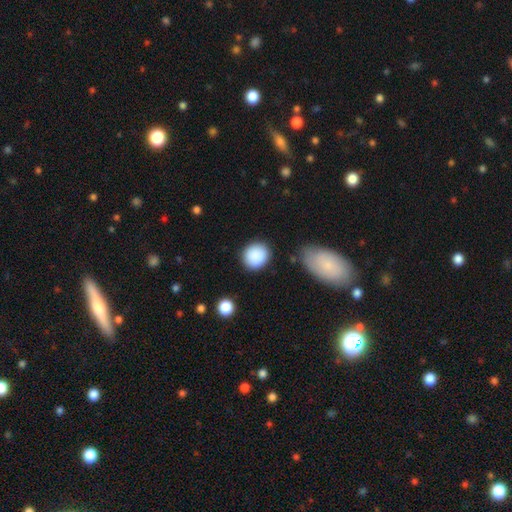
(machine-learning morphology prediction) Smooth or featured? smooth (89%)
How rounded? round (83%)
Merging? none (83%)